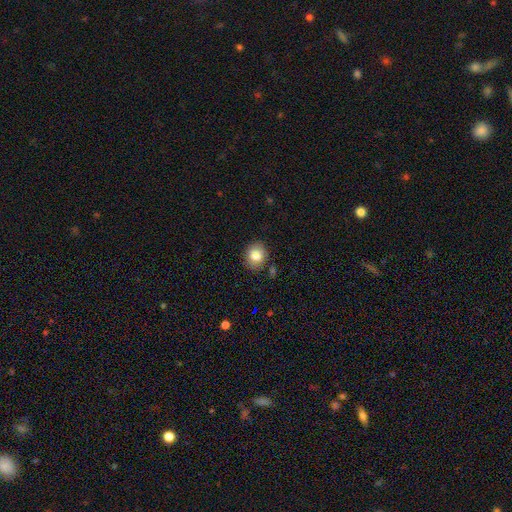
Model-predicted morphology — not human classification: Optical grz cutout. It shows a smooth galaxy with no disk features (82%) that is round (73%). Merging: none (84%).